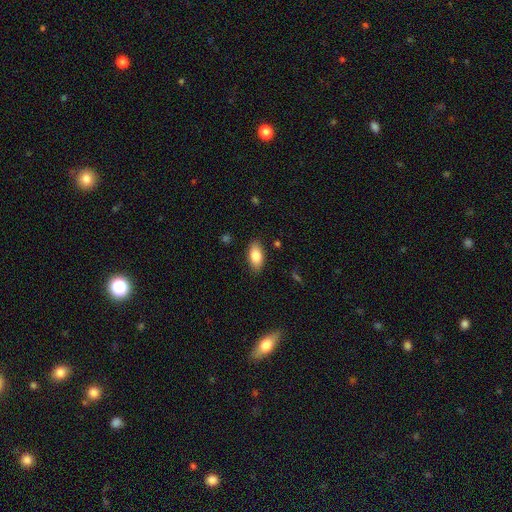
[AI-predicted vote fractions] Smooth or featured? Predicted: smooth (p=0.85). How rounded? Predicted: in between (p=0.91). Merging? Predicted: none (p=0.86).